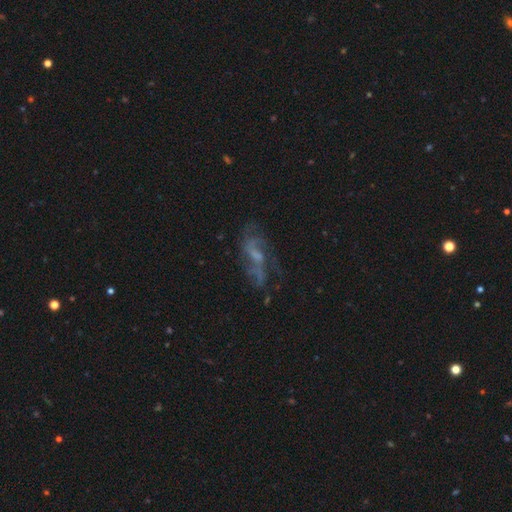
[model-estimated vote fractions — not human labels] A featured or disk galaxy (70%) with no bar (46%), spiral arms (78%) and a small central bulge (42%).

Vote fractions:
- Smooth or featured? featured or disk: 70% / smooth: 17% / star or artifact: 13%
- Edge-on disk? no: 89% / yes: 11%
- Bar? no: 46% / weak: 42% / strong: 13%
- Spiral arms? yes: 78% / no: 22%
- Bulge size? small: 42% / moderate: 29% / none: 25% / large: 3% / dominant: 1%
- Merging? none: 57% / major disturbance: 20% / minor disturbance: 19% / merger: 4%